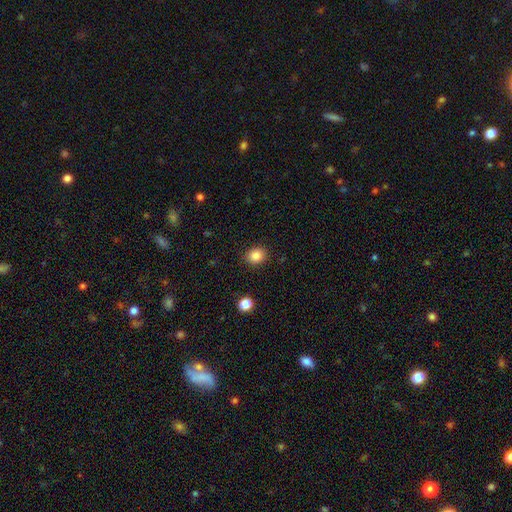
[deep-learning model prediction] A smooth galaxy with no disk features (85%) that is round (70%).

Vote fractions:
- Smooth or featured? smooth: 85% / star or artifact: 10% / featured or disk: 4%
- How rounded? round: 70% / in between: 29% / cigar-shaped: 1%
- Merging? none: 90% / minor disturbance: 7% / major disturbance: 2% / merger: 1%